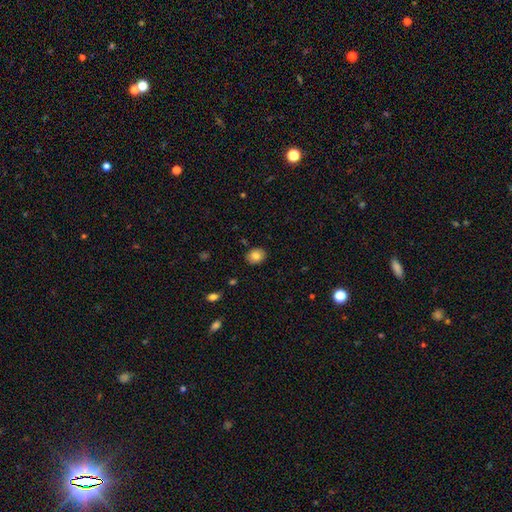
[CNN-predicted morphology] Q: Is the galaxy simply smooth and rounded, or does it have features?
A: smooth — 82%.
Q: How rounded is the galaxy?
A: in between — 51%.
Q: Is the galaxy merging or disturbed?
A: none — 87%.